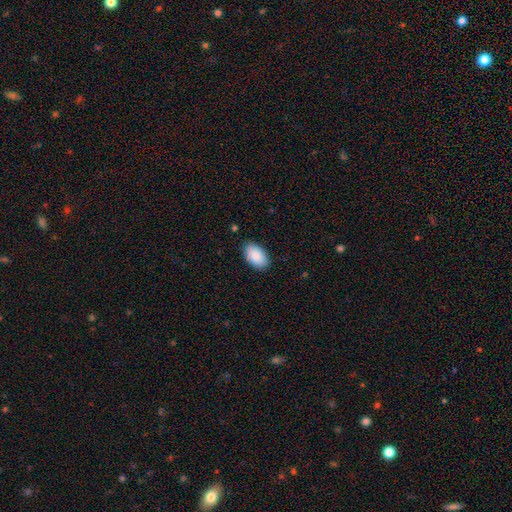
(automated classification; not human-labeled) Q: Smooth or featured?
A: smooth (87%); runner-up: featured or disk (7%)
Q: How rounded?
A: in between (94%); runner-up: round (5%)
Q: Merging?
A: none (84%); runner-up: minor disturbance (12%)